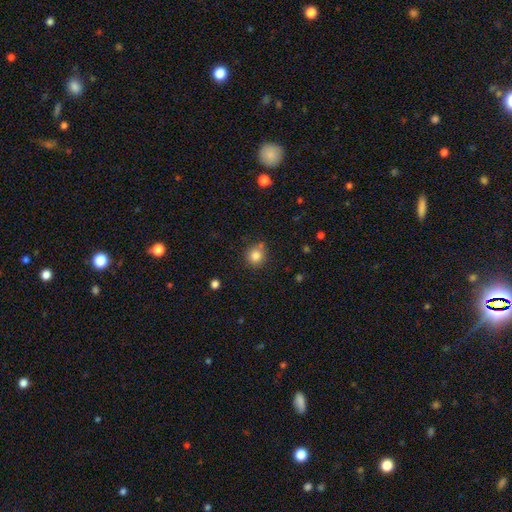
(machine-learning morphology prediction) smooth 82%, star or artifact 12%, featured or disk 6%. Down the decision tree: how rounded — round (91%); merging — none (75%).